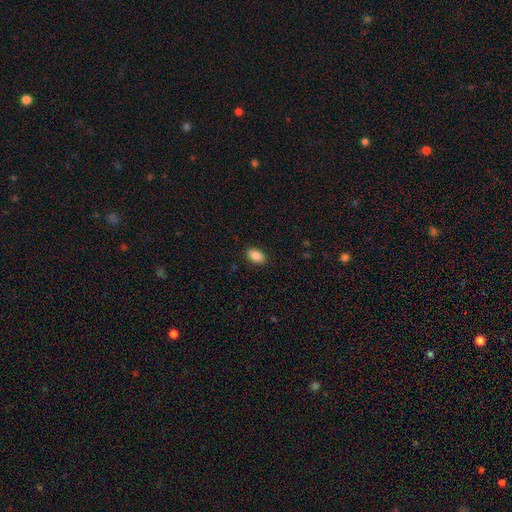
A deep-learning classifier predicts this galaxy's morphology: A smooth galaxy with no disk features (87%) that is in between round and cigar-shaped (91%). Merging: none (89%).